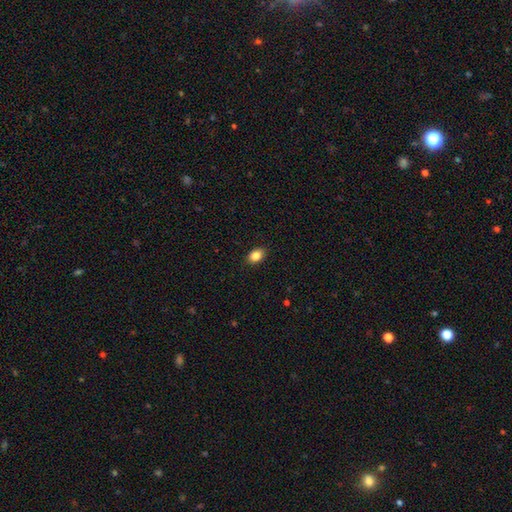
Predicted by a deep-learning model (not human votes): Smooth or featured?
  - smooth: 85% *
  - star or artifact: 9%
  - featured or disk: 6%
How rounded?
  - in between: 82% *
  - round: 16%
  - cigar-shaped: 2%
Merging?
  - none: 89% *
  - minor disturbance: 8%
  - major disturbance: 2%
  - merger: 1%